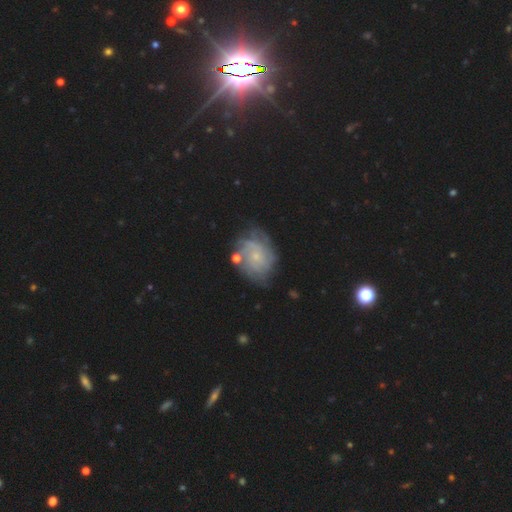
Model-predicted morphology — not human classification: smooth-or-featured: featured or disk: 72% | smooth: 19% | star or artifact: 9%
  disk-edge-on: no: 97% | yes: 3%
    bar: no: 79% | weak: 18% | strong: 3%
    has-spiral-arms: yes: 87% | no: 13%
      spiral-winding: tight: 61% | medium: 28% | loose: 11%
      spiral-arm-count: can't tell: 47% | 2: 14% | 3: 13% | 4: 12% | more than 4: 7% | 1: 6%
    bulge-size: small: 80% | moderate: 13% | none: 5% | large: 1% | dominant: 1%
  merging: none: 61% | minor disturbance: 22% | major disturbance: 11% | merger: 6%